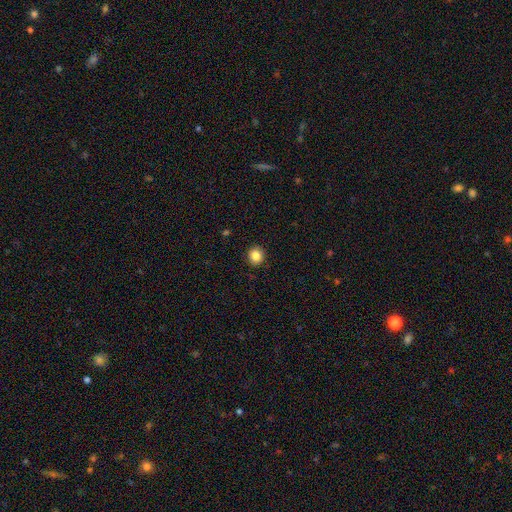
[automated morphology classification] This appears to be a smooth galaxy with no disk features (86%) that is round (84%). Merging: none (91%).